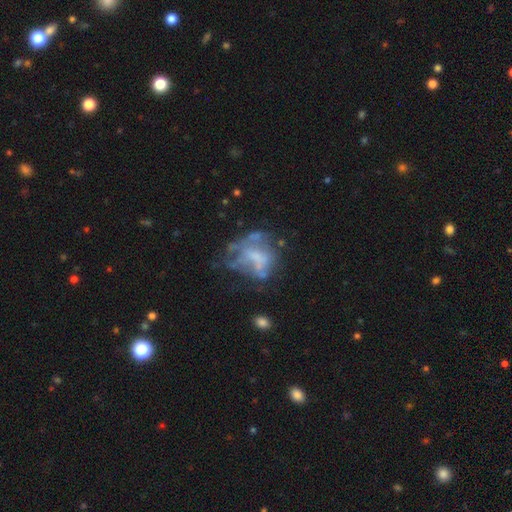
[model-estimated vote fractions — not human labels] Smooth or featured: featured or disk — 60% (smooth — 27%)
Edge-on disk: no — 98% (yes — 2%)
Bar: no — 78% (weak — 17%)
Spiral arms: no — 84% (yes — 16%)
Bulge size: none — 52% (moderate — 22%)
Merging: none — 39% (major disturbance — 31%)